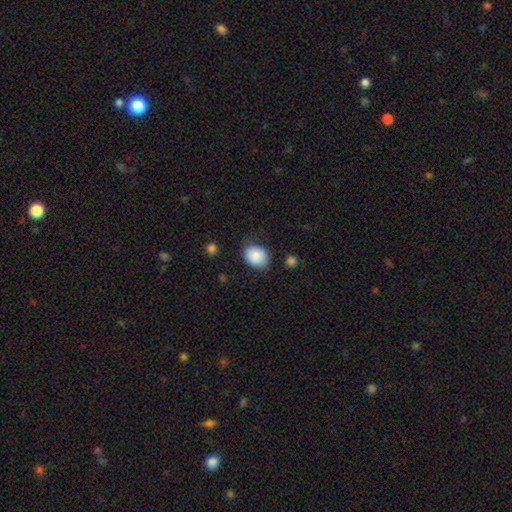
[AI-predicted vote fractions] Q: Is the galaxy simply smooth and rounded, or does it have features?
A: smooth — 87%.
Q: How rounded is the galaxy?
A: in between — 54%.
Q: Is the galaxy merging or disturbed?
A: none — 76%.